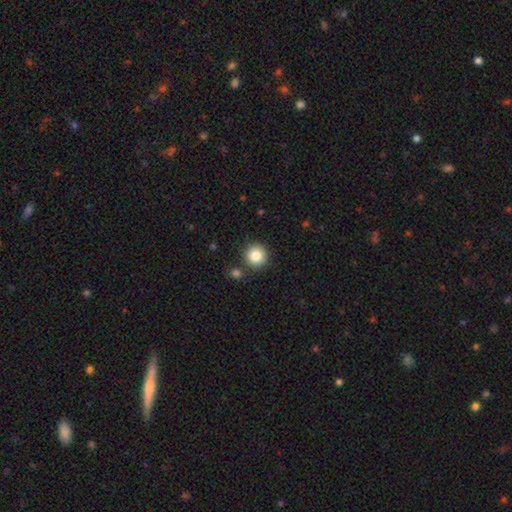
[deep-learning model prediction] smooth-or-featured: smooth: 84% | star or artifact: 10% | featured or disk: 6%
  how-rounded: round: 95% | in between: 4% | cigar-shaped: 1%
  merging: none: 85% | minor disturbance: 7% | merger: 6% | major disturbance: 2%